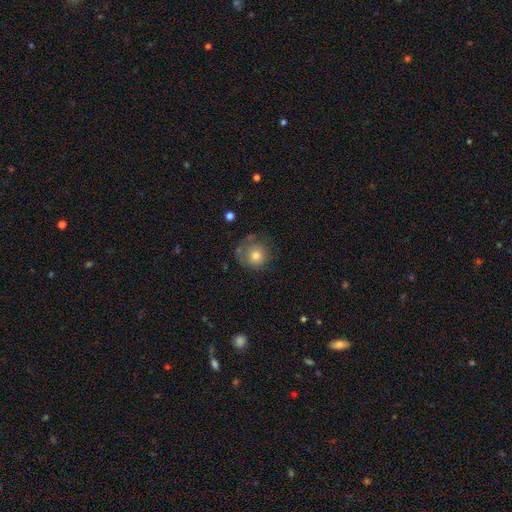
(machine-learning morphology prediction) This is likely a smooth galaxy (71%). How rounded: clearly round (91%). Merging: likely none (61%).